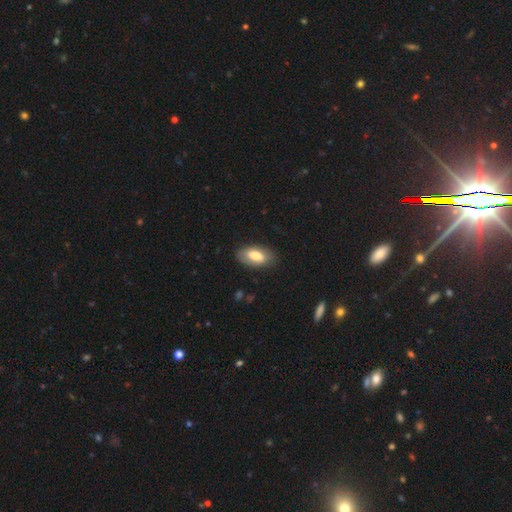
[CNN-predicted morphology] This appears to be a smooth galaxy with no disk features (73%) that is in between round and cigar-shaped (90%). Merging: none (81%).